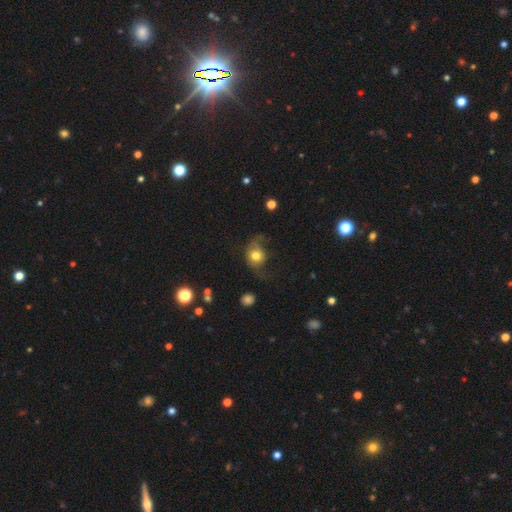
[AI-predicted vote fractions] Morphology: type=smooth (66%); roundness=round (65%); merging=major disturbance (38%).